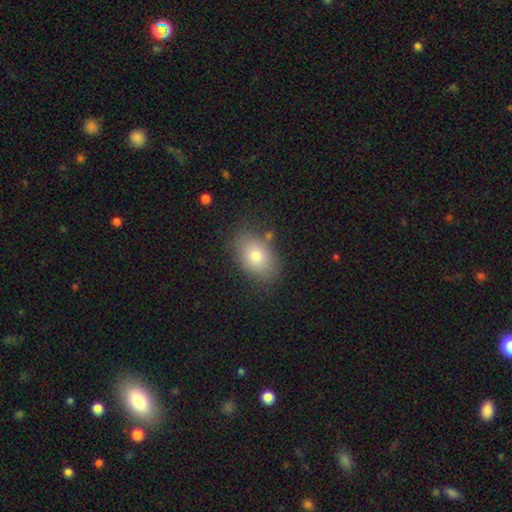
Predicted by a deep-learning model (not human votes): Smooth or featured: smooth — 80% (featured or disk — 12%)
How rounded: in between — 82% (round — 17%)
Merging: none — 78% (minor disturbance — 15%)